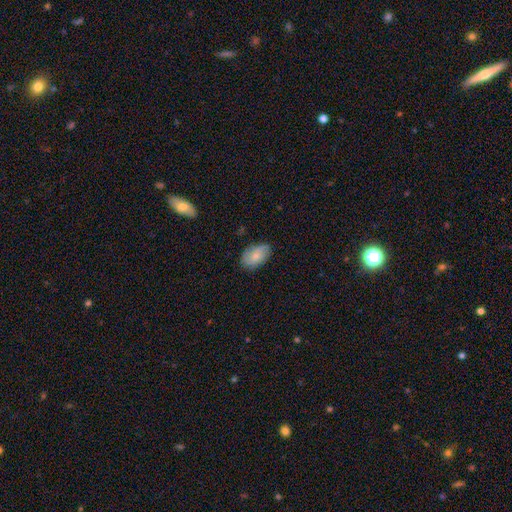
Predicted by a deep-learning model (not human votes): A smooth galaxy with no disk features (72%) that is in between round and cigar-shaped (91%).

Vote fractions:
- Smooth or featured? smooth: 72% / featured or disk: 21% / star or artifact: 7%
- How rounded? in between: 91% / round: 7% / cigar-shaped: 2%
- Merging? none: 76% / minor disturbance: 19% / major disturbance: 4% / merger: 1%